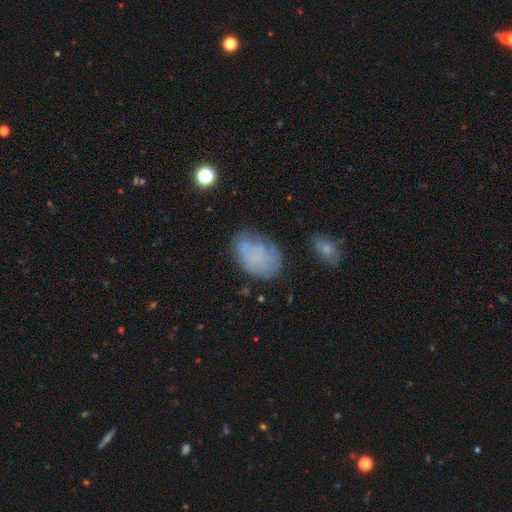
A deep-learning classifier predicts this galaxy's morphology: type=smooth (59%); roundness=in between (81%); merging=none (54%).